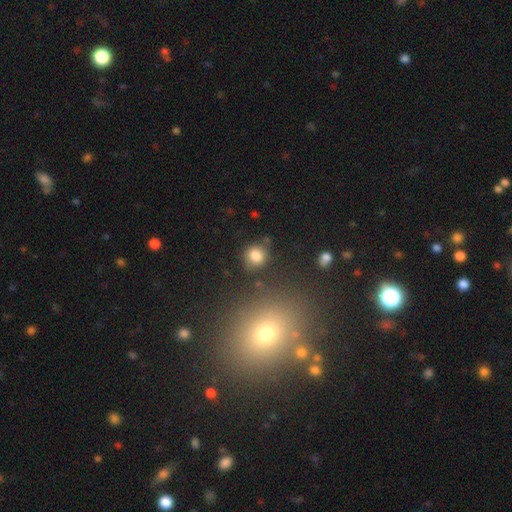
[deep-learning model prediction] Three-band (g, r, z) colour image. It shows a smooth galaxy with no disk features (81%) that is round (86%). Merging: none (79%).